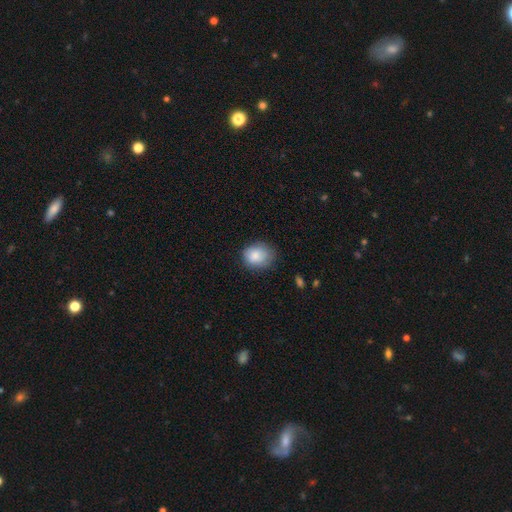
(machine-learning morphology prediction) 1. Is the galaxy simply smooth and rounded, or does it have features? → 85% smooth, 8% featured or disk, 7% star or artifact.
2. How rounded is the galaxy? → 58% round, 41% in between, 1% cigar-shaped.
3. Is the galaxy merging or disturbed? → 73% none, 21% minor disturbance, 5% major disturbance, 1% merger.